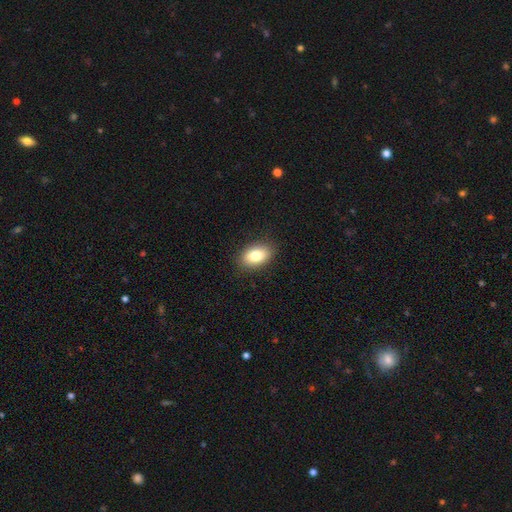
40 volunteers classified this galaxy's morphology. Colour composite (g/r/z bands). It shows a smooth galaxy with no disk features (80%) that is in between round and cigar-shaped (88%). Merging: none (87%).